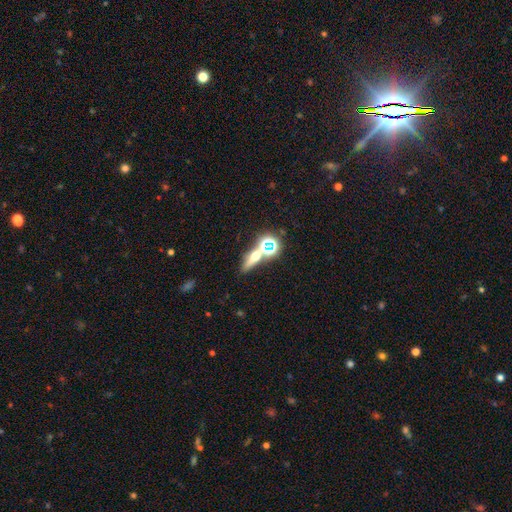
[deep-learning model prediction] Overall: smooth (39%; featured or disk 34%). Merging: none (63%; merger 23%).